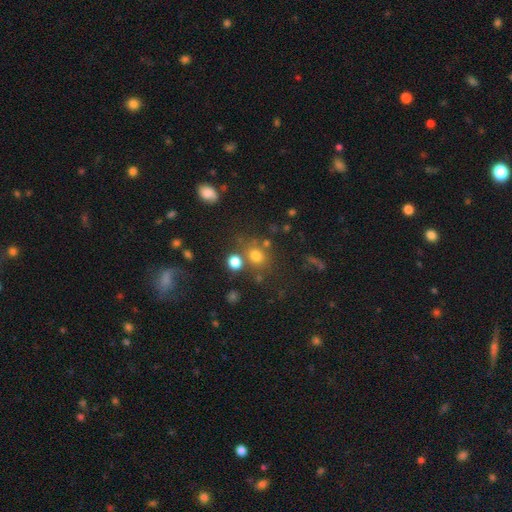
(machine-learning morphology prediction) Smooth or featured?
  - smooth: 72% *
  - star or artifact: 19%
  - featured or disk: 9%
How rounded?
  - round: 74% *
  - in between: 25%
  - cigar-shaped: 1%
Merging?
  - none: 68% *
  - merger: 15%
  - minor disturbance: 11%
  - major disturbance: 5%